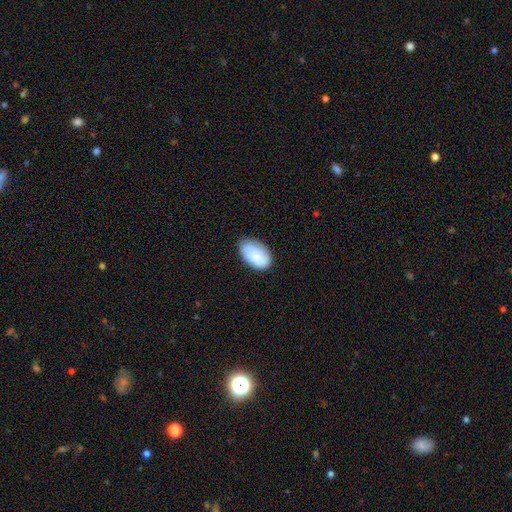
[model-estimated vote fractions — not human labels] This is clearly a smooth galaxy (81%). How rounded: clearly in between (93%). Merging: likely none (75%).